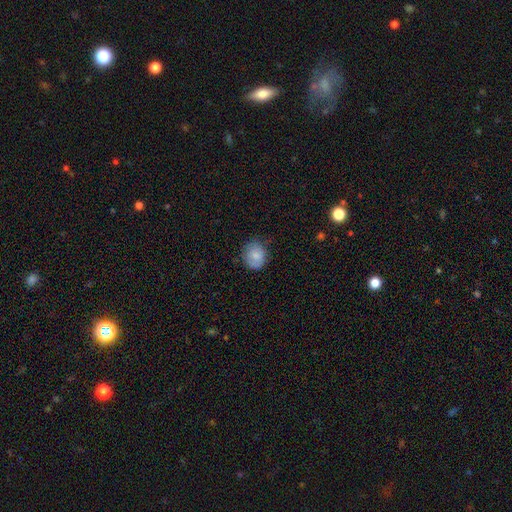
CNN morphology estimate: Smooth or featured? smooth (82%)
How rounded? round (70%)
Merging? none (71%)